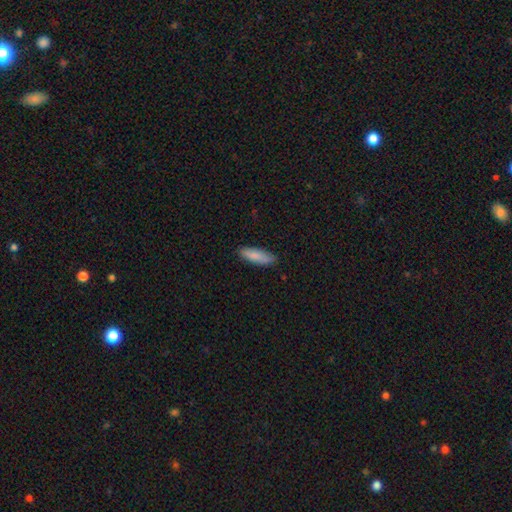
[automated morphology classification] smooth_or_featured: smooth (p=0.86) [alt: featured or disk p=0.09]
how_rounded: in between (p=0.54) [alt: cigar-shaped p=0.45]
merging: none (p=0.84) [alt: minor disturbance p=0.13]